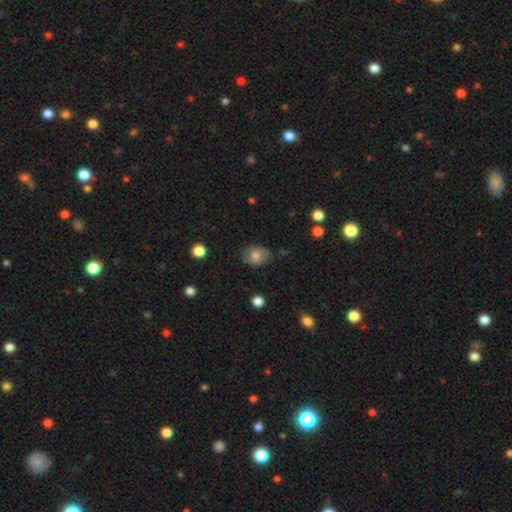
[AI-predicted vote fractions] Overall: smooth (68%). How rounded: in between (59%; round 40%). Merging: none (77%).